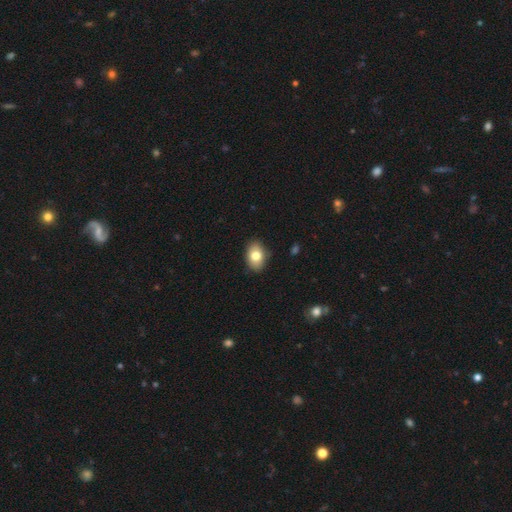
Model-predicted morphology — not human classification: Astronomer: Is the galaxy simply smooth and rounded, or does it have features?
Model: smooth — 79%.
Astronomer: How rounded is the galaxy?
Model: in between — 78%.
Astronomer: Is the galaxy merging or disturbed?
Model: none — 86%.